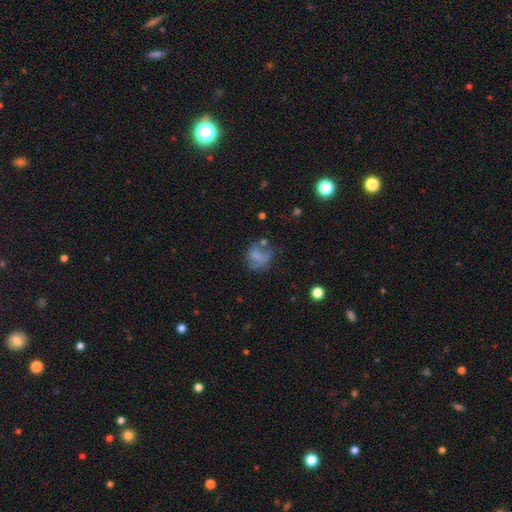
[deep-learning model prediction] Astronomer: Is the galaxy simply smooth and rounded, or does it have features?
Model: smooth — 52% (runner-up: featured or disk, 30%).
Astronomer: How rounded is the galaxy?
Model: round — 60% (runner-up: in between, 38%).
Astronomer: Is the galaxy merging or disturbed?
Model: none — 46% (runner-up: minor disturbance, 24%).